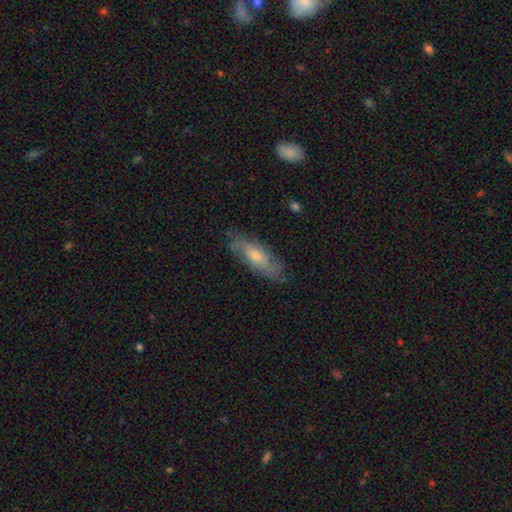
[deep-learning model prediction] smooth_or_featured: featured or disk (p=0.47) [alt: smooth p=0.46]
merging: none (p=0.75) [alt: minor disturbance p=0.18]